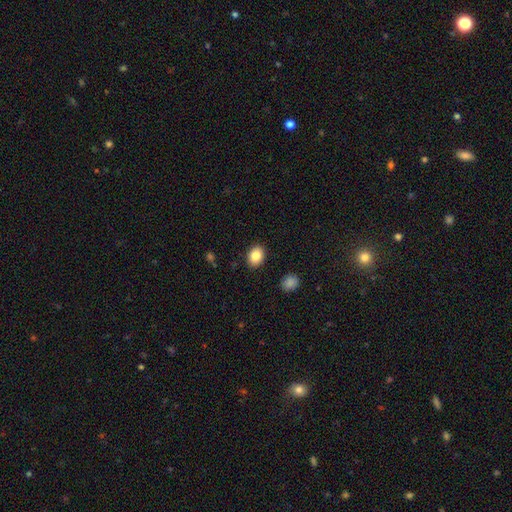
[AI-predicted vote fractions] smooth-or-featured: smooth: 85% | star or artifact: 8% | featured or disk: 7%
  how-rounded: in between: 64% | round: 35% | cigar-shaped: 1%
  merging: none: 89% | minor disturbance: 7% | major disturbance: 2% | merger: 1%